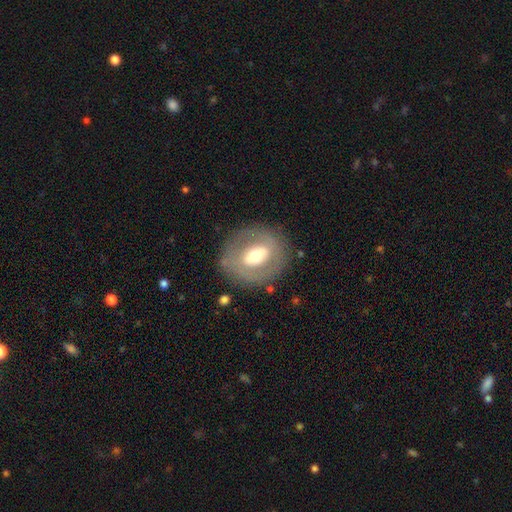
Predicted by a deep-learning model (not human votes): A featured or disk galaxy (53%).

Vote fractions:
- Smooth or featured? featured or disk: 53% / smooth: 40% / star or artifact: 7%
- Edge-on disk? no: 92% / yes: 8%
- Merging? none: 80% / minor disturbance: 12% / major disturbance: 7% / merger: 2%